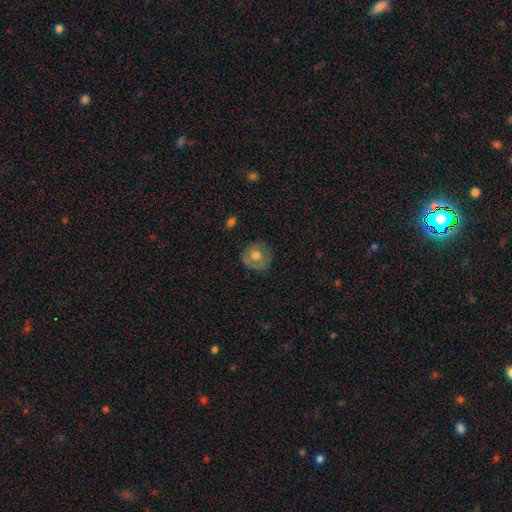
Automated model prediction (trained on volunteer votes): Smooth or featured?
  - smooth: 55% *
  - featured or disk: 37%
  - star or artifact: 8%
How rounded?
  - round: 88% *
  - in between: 11%
  - cigar-shaped: 1%
Merging?
  - none: 75% *
  - minor disturbance: 18%
  - major disturbance: 6%
  - merger: 1%